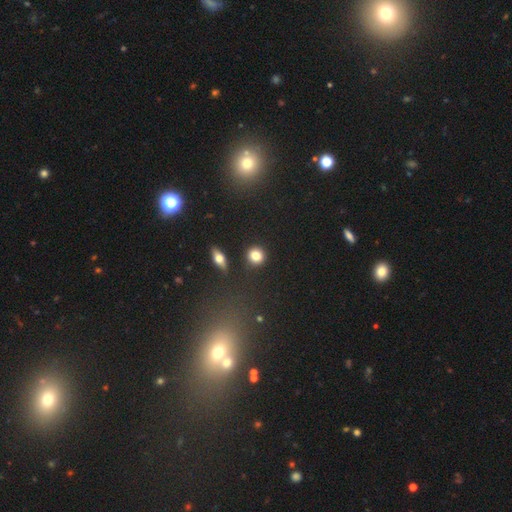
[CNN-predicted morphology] Smooth or featured: smooth — 82% (star or artifact — 10%)
How rounded: round — 89% (in between — 10%)
Merging: none — 89% (minor disturbance — 6%)